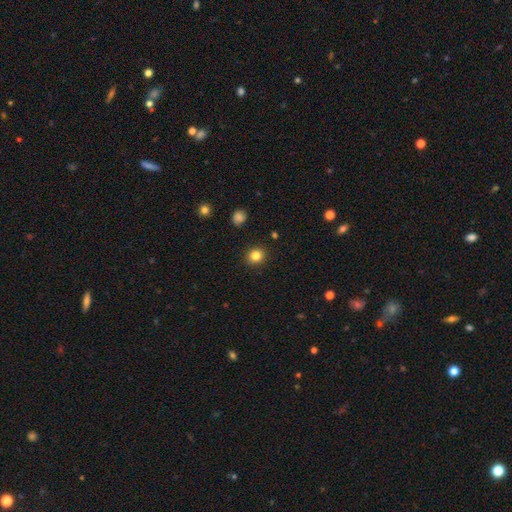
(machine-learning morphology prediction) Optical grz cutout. It shows a smooth galaxy with no disk features (83%) that is round (86%). Merging: none (91%).